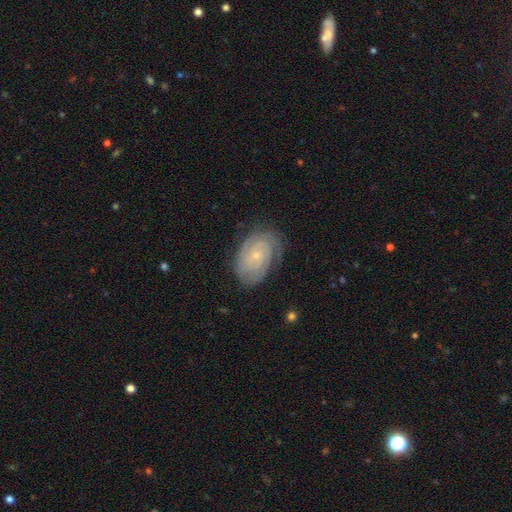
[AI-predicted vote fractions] The model was most divided on "spiral arm count": can't tell: 38%, 2: 22%, 3: 18%, 4: 11%, 1: 6%, more than 4: 6%. More confident: edge-on disk — no (97%); spiral arms — yes (94%); smooth or featured — featured or disk (79%); bulge size — small (78%); bar — no (76%); spiral winding — tight (74%); merging — none (74%).